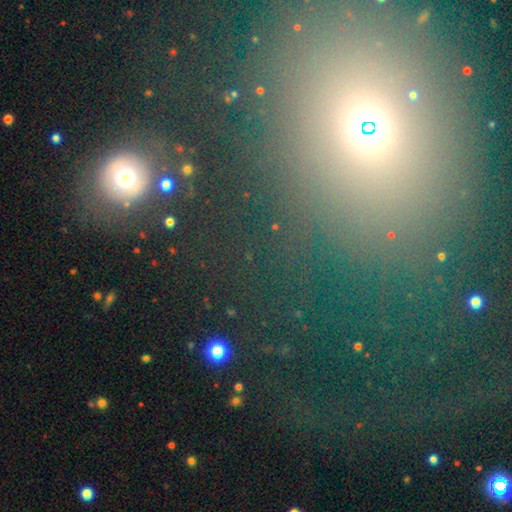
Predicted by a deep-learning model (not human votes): Q: Smooth or featured?
A: star or artifact (53%); runner-up: smooth (34%)